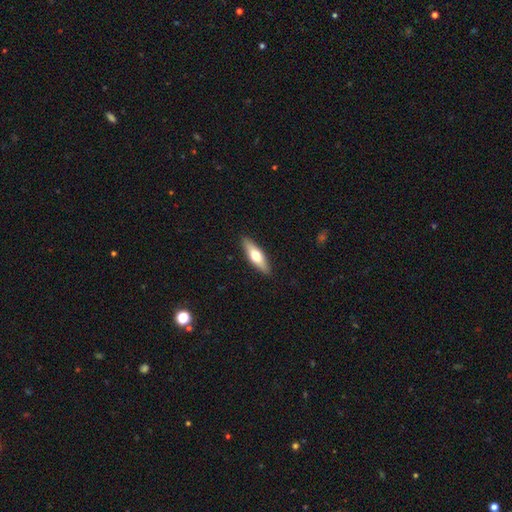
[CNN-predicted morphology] This is possibly a smooth galaxy (58%). How rounded: possibly cigar-shaped (55%). Merging: clearly none (90%).